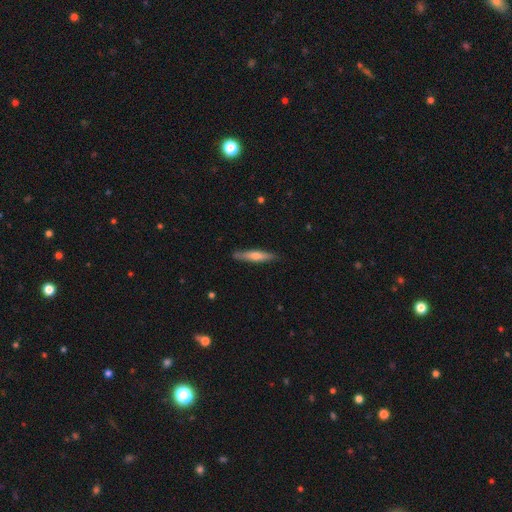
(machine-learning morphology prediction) Q: Smooth or featured?
A: smooth (56%); runner-up: featured or disk (38%)
Q: How rounded?
A: cigar-shaped (89%); runner-up: in between (9%)
Q: Merging?
A: none (85%); runner-up: minor disturbance (11%)